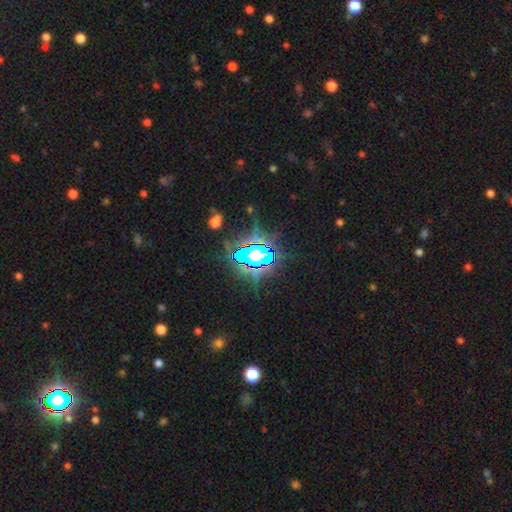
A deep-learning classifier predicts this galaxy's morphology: smooth-or-featured: star or artifact: 73% | smooth: 14% | featured or disk: 14%